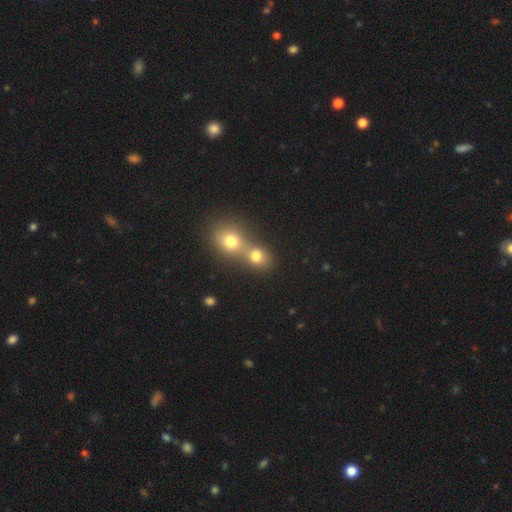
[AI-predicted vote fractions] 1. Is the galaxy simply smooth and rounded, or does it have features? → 73% smooth, 16% star or artifact, 11% featured or disk.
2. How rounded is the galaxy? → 75% round, 24% in between, 1% cigar-shaped.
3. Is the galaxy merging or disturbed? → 62% merger, 30% none, 5% minor disturbance, 3% major disturbance.